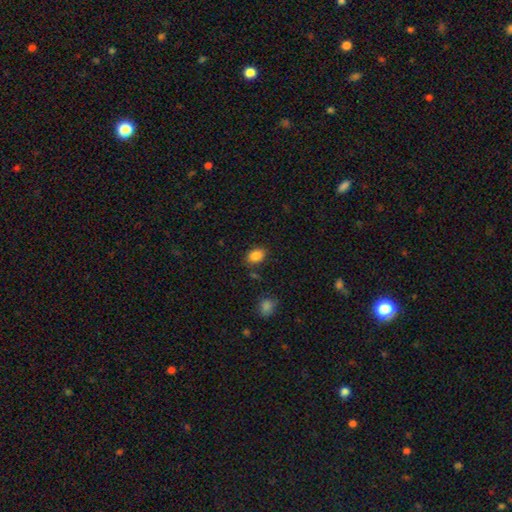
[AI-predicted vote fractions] Morphology: type=smooth (86%); roundness=in between (81%); merging=none (82%).